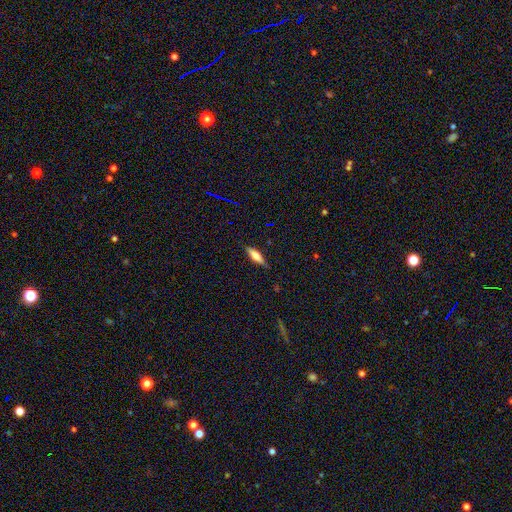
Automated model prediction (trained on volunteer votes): Q: Smooth or featured?
A: smooth (53%); runner-up: featured or disk (39%)
Q: How rounded?
A: cigar-shaped (57%); runner-up: in between (41%)
Q: Merging?
A: none (84%); runner-up: minor disturbance (12%)